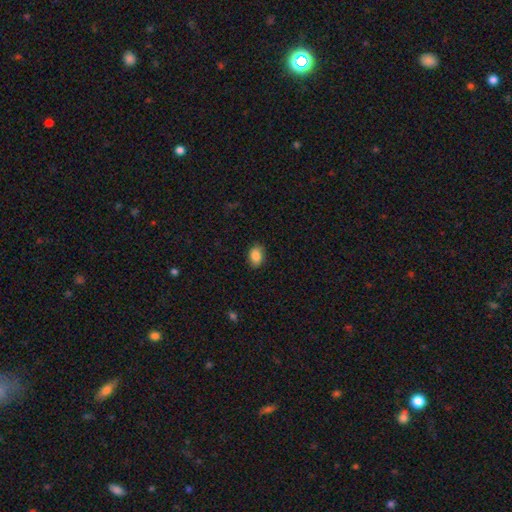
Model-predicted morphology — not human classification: Overall: smooth (86%). How rounded: in between (82%). Merging: none (85%).